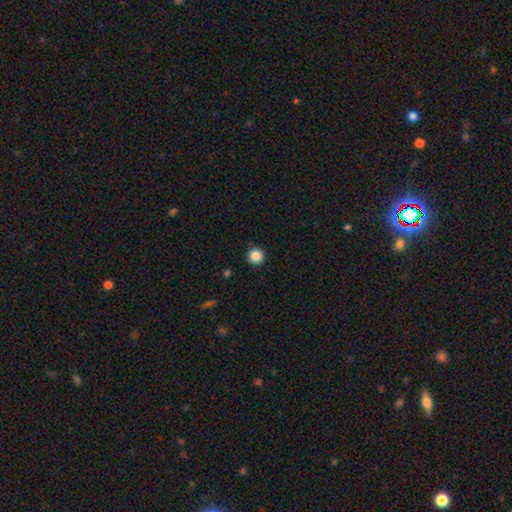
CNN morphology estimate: A smooth galaxy with no disk features (86%) that is round (96%). Merging: none (92%).